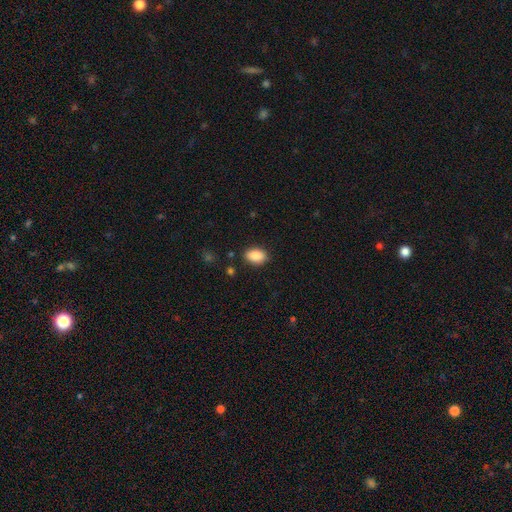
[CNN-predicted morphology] The model was most divided on "merging": none: 86%, minor disturbance: 10%, major disturbance: 3%, merger: 2%. More confident: smooth or featured — smooth (89%); how rounded — in between (89%).